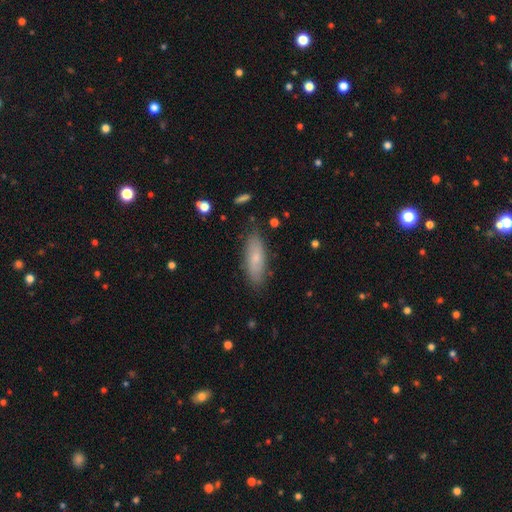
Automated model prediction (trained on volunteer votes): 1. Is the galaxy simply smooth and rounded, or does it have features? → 75% smooth, 19% featured or disk, 7% star or artifact.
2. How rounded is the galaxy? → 61% in between, 37% cigar-shaped, 2% round.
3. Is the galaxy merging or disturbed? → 82% none, 13% minor disturbance, 3% major disturbance, 2% merger.